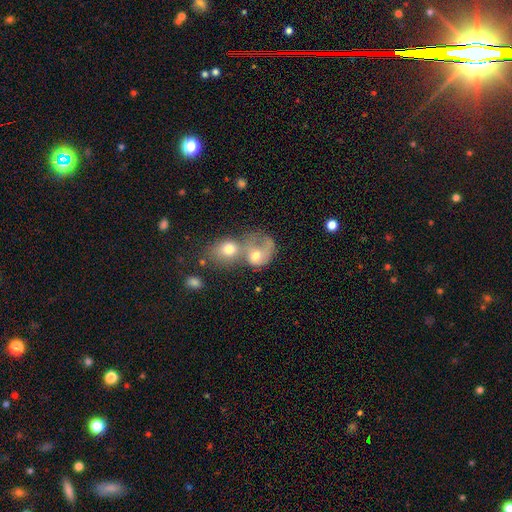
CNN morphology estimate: Smooth or featured? Predicted: smooth (p=0.61). How rounded? Predicted: round (p=0.56). Merging? Predicted: merger (p=0.71).